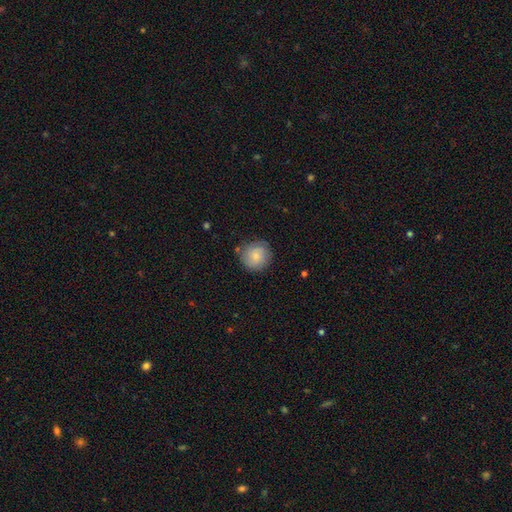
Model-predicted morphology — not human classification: smooth_or_featured: smooth (p=0.78) [alt: featured or disk p=0.14]
how_rounded: round (p=0.92) [alt: in between p=0.07]
merging: none (p=0.78) [alt: minor disturbance p=0.16]